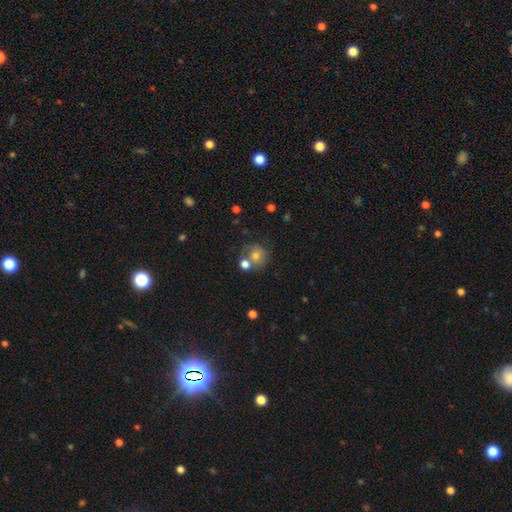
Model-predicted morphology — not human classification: Smooth or featured? smooth (69%)
How rounded? round (84%)
Merging? none (51%)